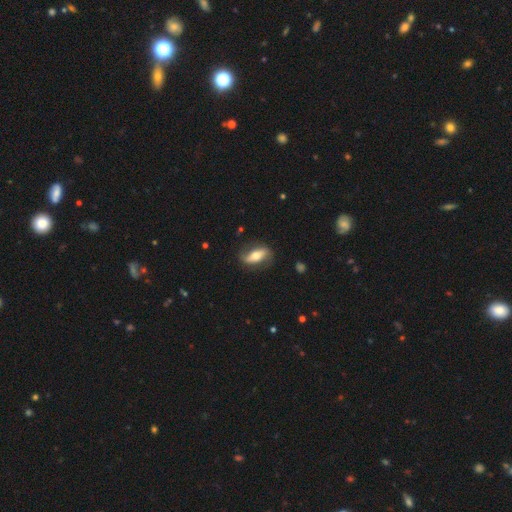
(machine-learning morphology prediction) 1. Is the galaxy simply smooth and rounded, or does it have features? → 56% featured or disk, 39% smooth, 6% star or artifact.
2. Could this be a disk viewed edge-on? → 70% no, 30% yes.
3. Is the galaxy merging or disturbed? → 78% none, 15% minor disturbance, 6% major disturbance, 1% merger.